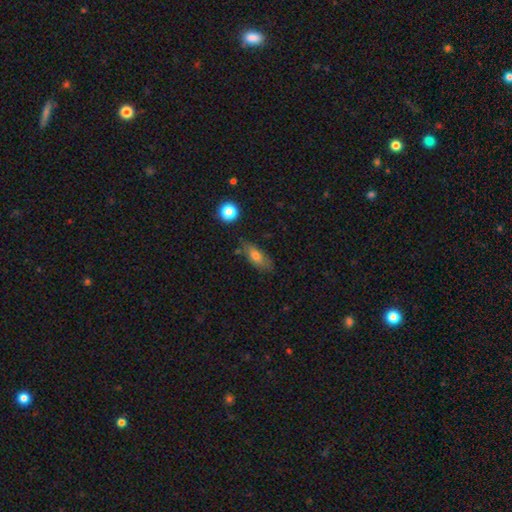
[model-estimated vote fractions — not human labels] Smooth or featured? smooth (72%)
How rounded? in between (75%)
Merging? none (70%)